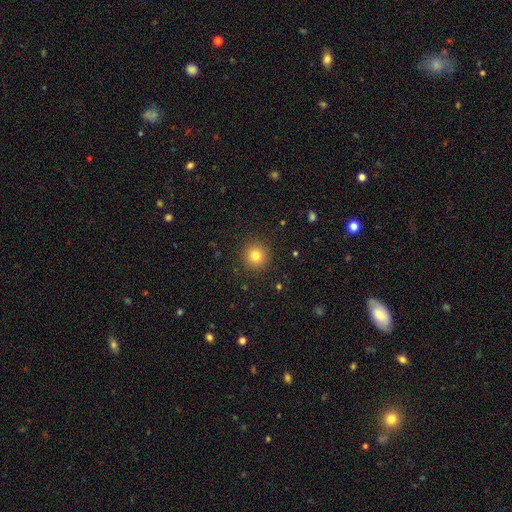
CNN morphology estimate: A smooth galaxy with no disk features (80%) that is round (94%).

Vote fractions:
- Smooth or featured? smooth: 80% / star or artifact: 12% / featured or disk: 8%
- How rounded? round: 94% / in between: 5% / cigar-shaped: 1%
- Merging? none: 91% / minor disturbance: 6% / major disturbance: 2% / merger: 1%